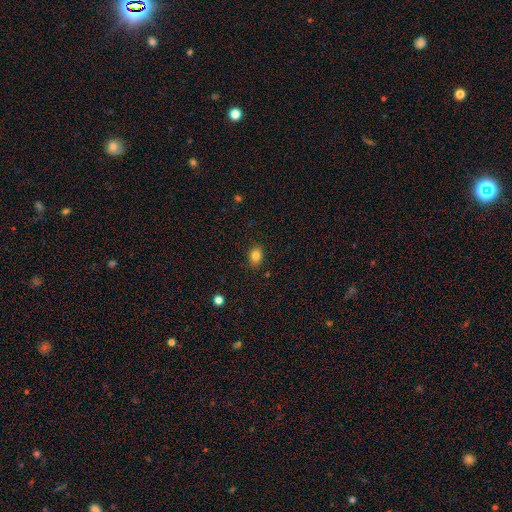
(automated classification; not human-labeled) A smooth galaxy with no disk features (83%) that is in between round and cigar-shaped (59%).

Vote fractions:
- Smooth or featured? smooth: 83% / star or artifact: 11% / featured or disk: 6%
- How rounded? in between: 59% / round: 40% / cigar-shaped: 1%
- Merging? none: 86% / minor disturbance: 10% / major disturbance: 2% / merger: 1%